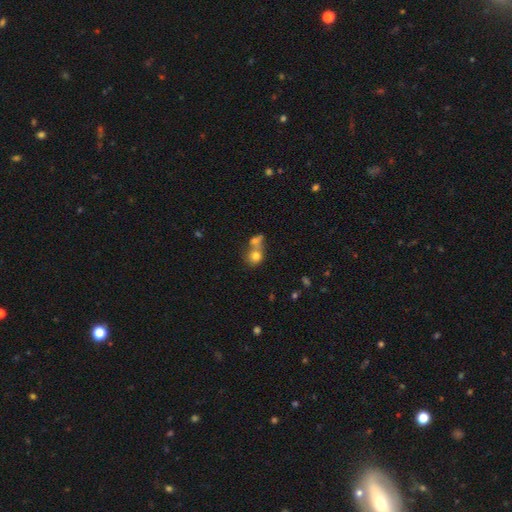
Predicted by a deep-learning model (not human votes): smooth 76%, featured or disk 13%, star or artifact 11%. Down the decision tree: how rounded — round (75%); merging — merger (55%).